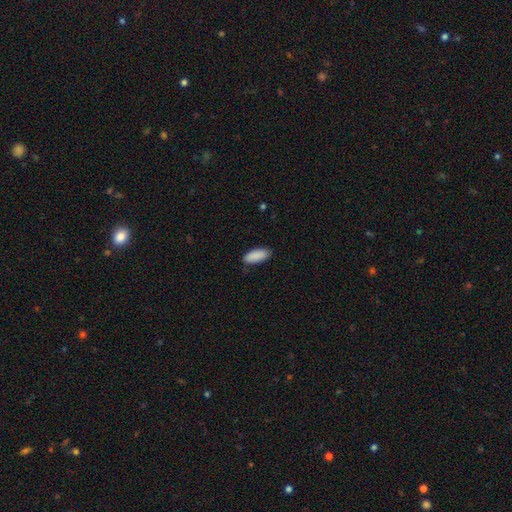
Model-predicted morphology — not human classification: smooth-or-featured: smooth: 90% | star or artifact: 6% | featured or disk: 4%
  how-rounded: in between: 82% | cigar-shaped: 17% | round: 2%
  merging: none: 84% | minor disturbance: 13% | major disturbance: 2% | merger: 1%